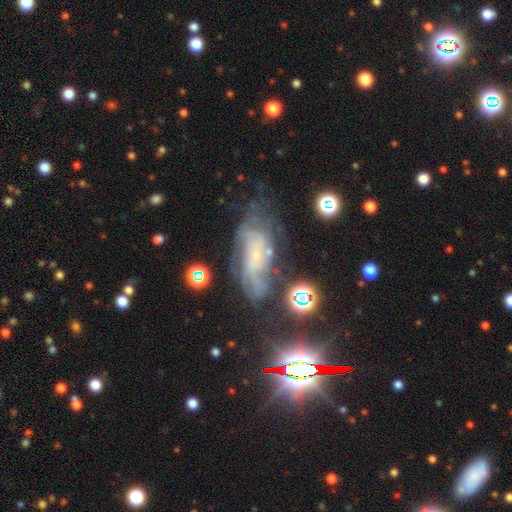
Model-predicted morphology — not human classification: This appears to be a featured or disk galaxy (62%) with no bar (67%), spiral arms (80%) and a small central bulge (64%). Merging: none (54%).